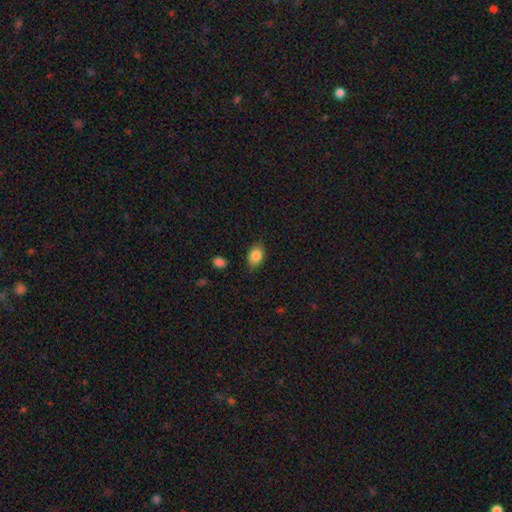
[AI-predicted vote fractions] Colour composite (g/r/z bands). It shows a smooth galaxy with no disk features (86%) that is in between round and cigar-shaped (77%). Merging: none (83%).